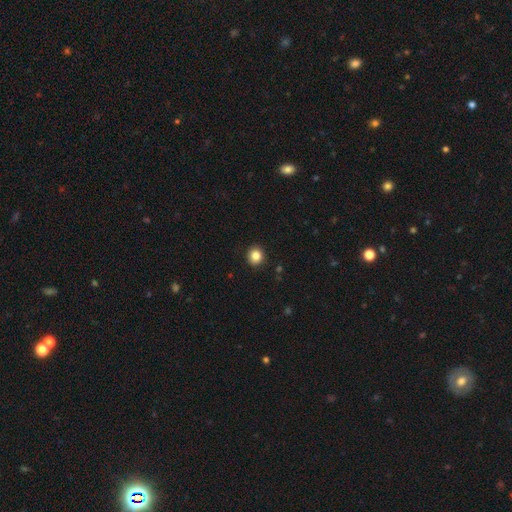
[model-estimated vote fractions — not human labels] This appears to be a smooth galaxy with no disk features (85%) that is round (87%). Merging: none (92%).